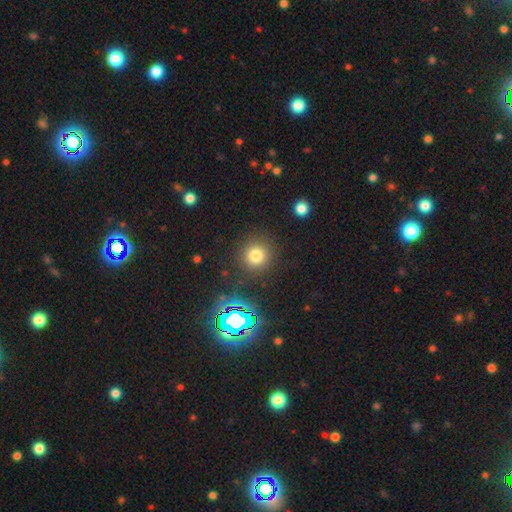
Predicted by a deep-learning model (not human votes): Morphology: type=smooth (75%); roundness=round (92%); merging=none (88%).